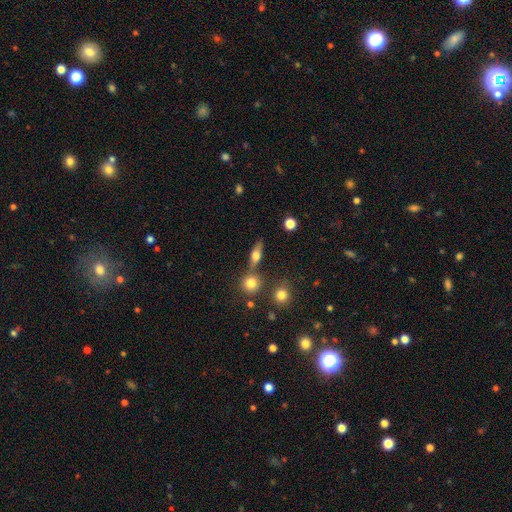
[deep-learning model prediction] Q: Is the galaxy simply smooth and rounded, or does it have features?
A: smooth — 56%.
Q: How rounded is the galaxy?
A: in between — 55%.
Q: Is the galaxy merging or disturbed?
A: none — 67%.